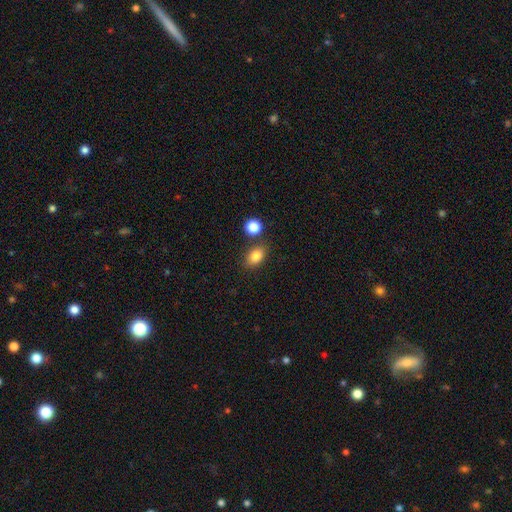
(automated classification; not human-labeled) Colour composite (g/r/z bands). It shows a smooth galaxy with no disk features (83%) that is in between round and cigar-shaped (77%). Merging: none (74%).